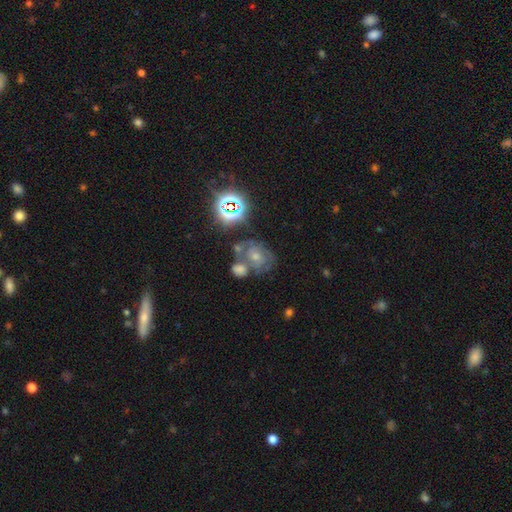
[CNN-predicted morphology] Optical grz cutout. It shows a featured or disk galaxy (42%). Merging: none (36%).